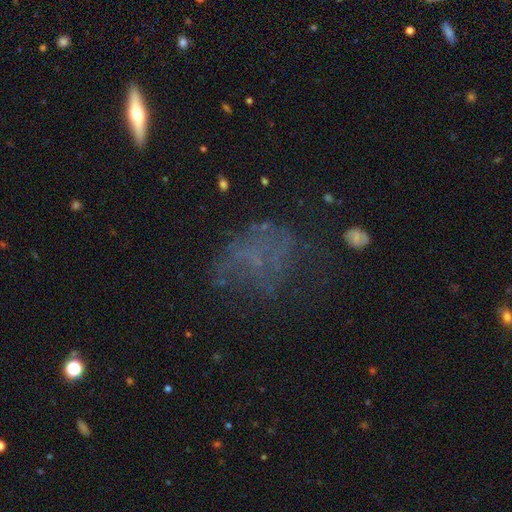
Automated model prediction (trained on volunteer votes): A featured or disk galaxy (42%). Merging: none (51%).